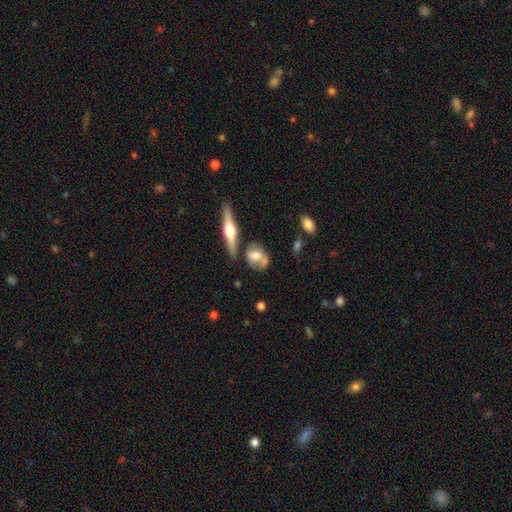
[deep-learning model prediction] Smooth or featured? smooth (47%)
Merging? none (55%)